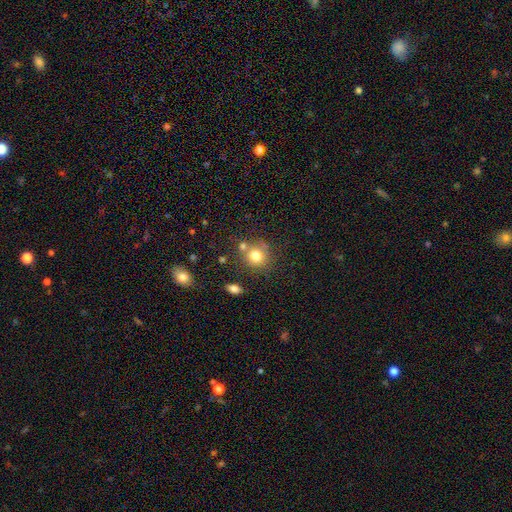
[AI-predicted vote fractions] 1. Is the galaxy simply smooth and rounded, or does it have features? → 77% smooth, 12% star or artifact, 11% featured or disk.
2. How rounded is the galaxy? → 87% round, 12% in between, 1% cigar-shaped.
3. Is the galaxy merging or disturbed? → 66% none, 17% merger, 12% minor disturbance, 4% major disturbance.